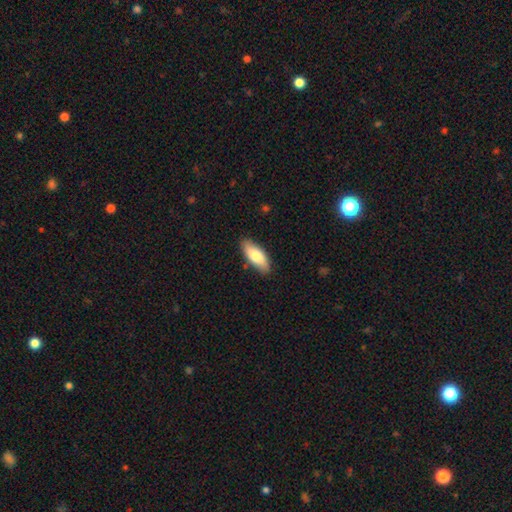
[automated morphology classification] Q: Smooth or featured?
A: smooth (76%); runner-up: featured or disk (18%)
Q: How rounded?
A: in between (80%); runner-up: cigar-shaped (18%)
Q: Merging?
A: none (86%); runner-up: minor disturbance (11%)